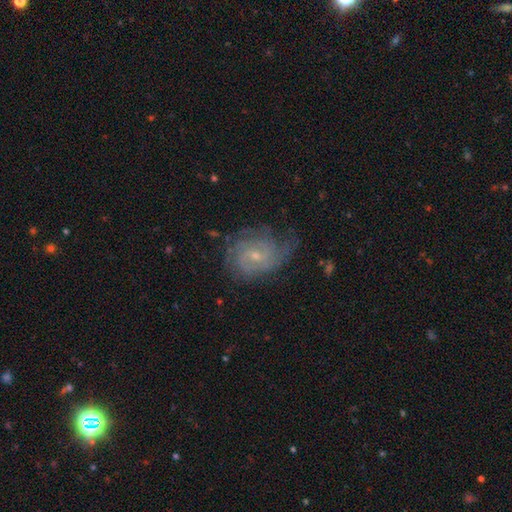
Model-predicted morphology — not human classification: This appears to be a featured or disk galaxy (77%) with no bar (54%), tight (59%) spiral arms (93%) and a small central bulge (67%). Merging: none (64%).